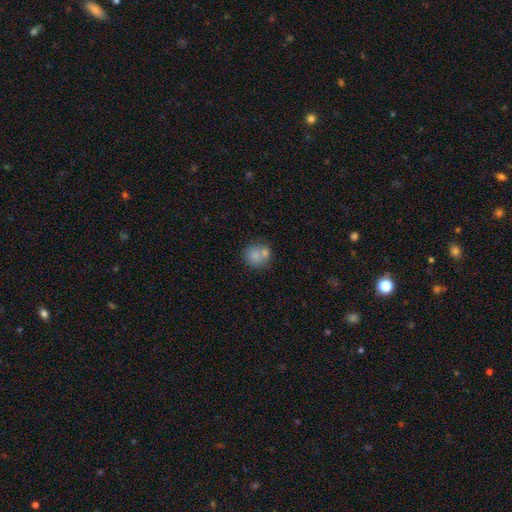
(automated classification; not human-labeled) Overall: smooth (77%). How rounded: round (82%). Merging: none (48%; merger 37%).